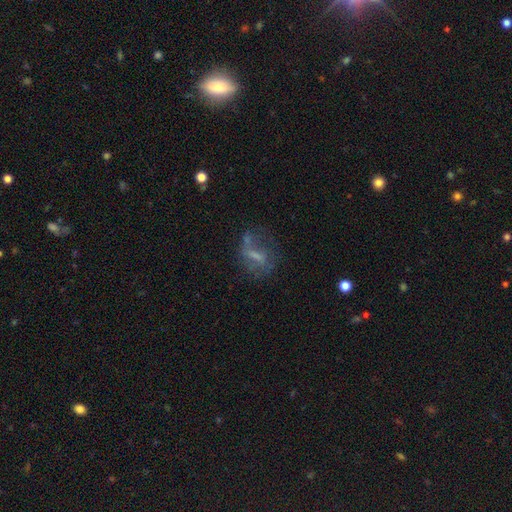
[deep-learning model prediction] smooth_or_featured: featured or disk (p=0.50) [alt: smooth p=0.33]
merging: none (p=0.47) [alt: major disturbance p=0.25]